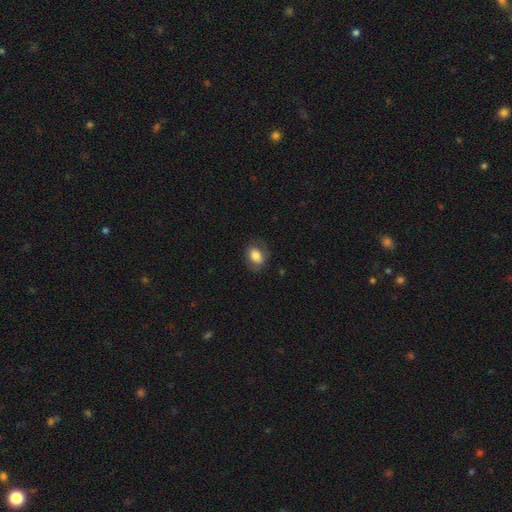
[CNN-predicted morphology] smooth 76%, featured or disk 16%, star or artifact 8%. Down the decision tree: how rounded — in between (65%); merging — none (76%).